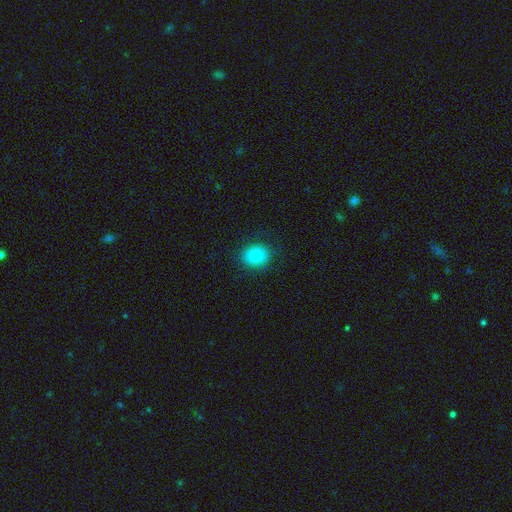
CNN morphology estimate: smooth 86%, star or artifact 9%, featured or disk 5%. Down the decision tree: how rounded — round (70%); merging — none (86%).